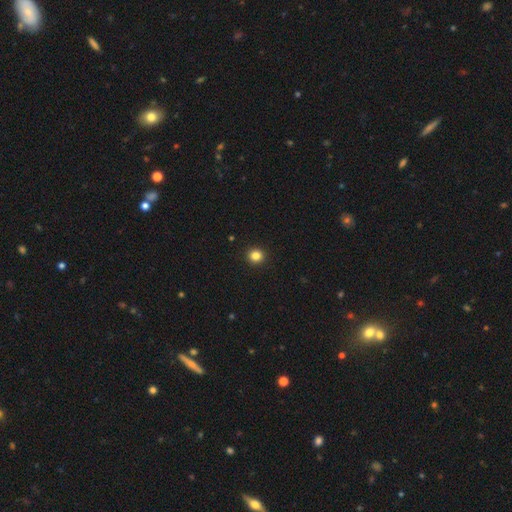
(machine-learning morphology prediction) smooth_or_featured: smooth (p=0.84) [alt: star or artifact p=0.12]
how_rounded: round (p=0.90) [alt: in between p=0.09]
merging: none (p=0.93) [alt: minor disturbance p=0.04]